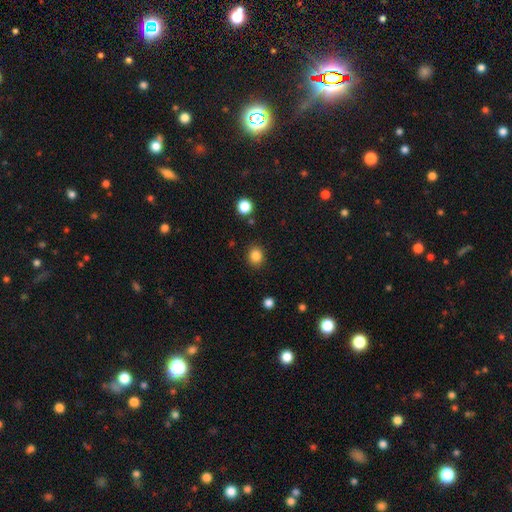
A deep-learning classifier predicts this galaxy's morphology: smooth-or-featured: smooth: 85% | star or artifact: 11% | featured or disk: 4%
  how-rounded: round: 78% | in between: 21% | cigar-shaped: 1%
  merging: none: 88% | minor disturbance: 8% | major disturbance: 3% | merger: 2%